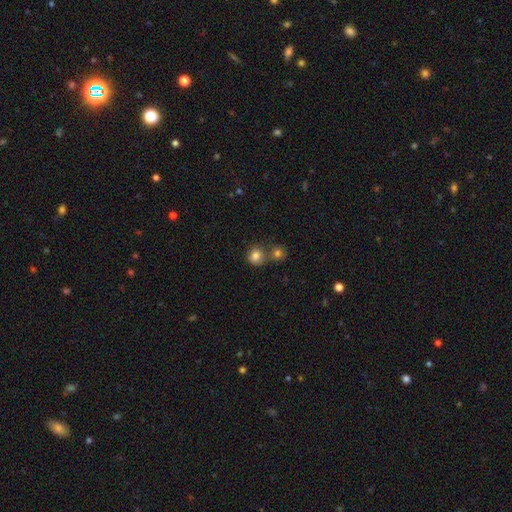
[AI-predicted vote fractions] This is clearly a smooth galaxy (81%). How rounded: likely round (77%). Merging: possibly none (46%).